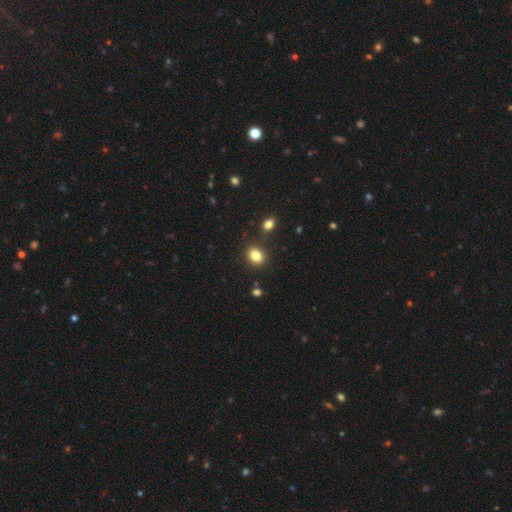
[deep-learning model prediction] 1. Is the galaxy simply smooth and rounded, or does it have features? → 83% smooth, 10% star or artifact, 6% featured or disk.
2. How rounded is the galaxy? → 55% in between, 44% round, 1% cigar-shaped.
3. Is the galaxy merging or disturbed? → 84% none, 9% minor disturbance, 4% merger, 2% major disturbance.